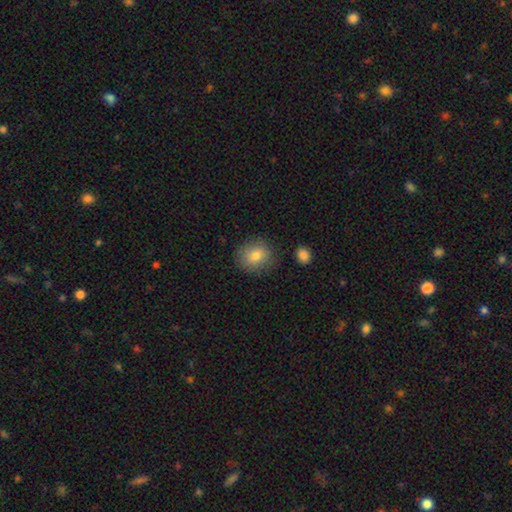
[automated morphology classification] Smooth or featured? Predicted: smooth (p=0.81). How rounded? Predicted: round (p=0.75). Merging? Predicted: none (p=0.82).